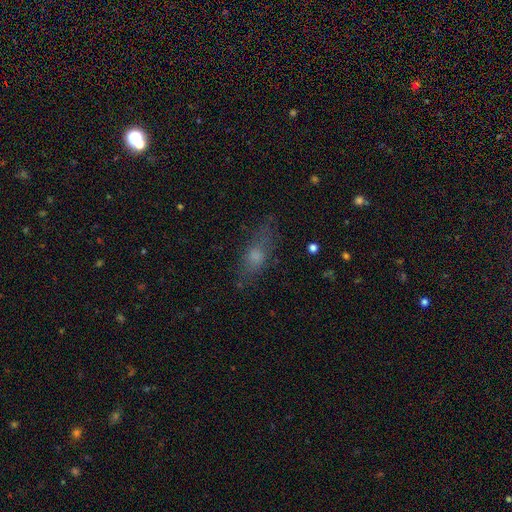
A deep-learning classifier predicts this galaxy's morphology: smooth 61%, featured or disk 25%, star or artifact 14%. Down the decision tree: how rounded — in between (58%); merging — none (72%).